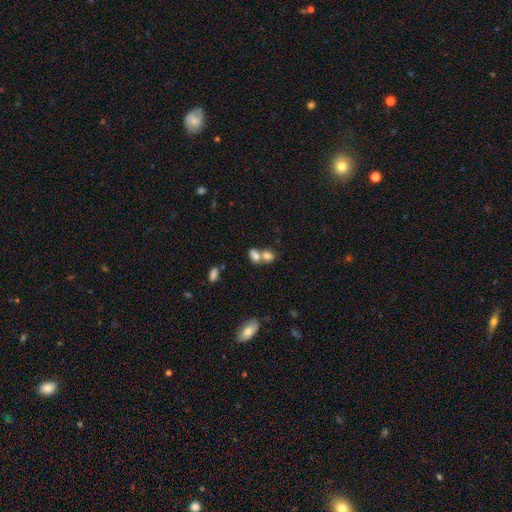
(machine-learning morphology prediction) A smooth galaxy with no disk features (78%) that is in between round and cigar-shaped (69%).

Vote fractions:
- Smooth or featured? smooth: 78% / featured or disk: 11% / star or artifact: 10%
- How rounded? in between: 69% / round: 29% / cigar-shaped: 2%
- Merging? merger: 62% / none: 28% / minor disturbance: 7% / major disturbance: 3%